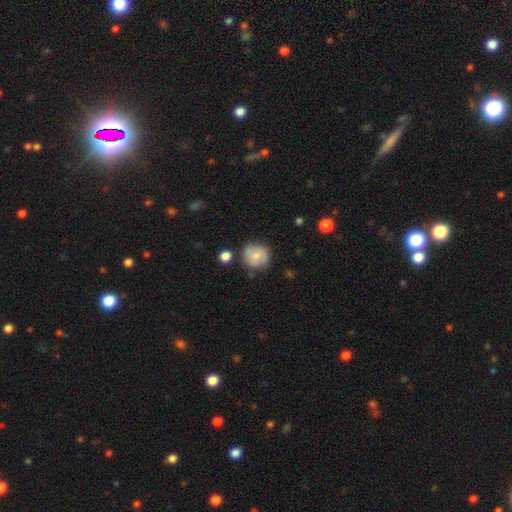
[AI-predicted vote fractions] smooth 66%, featured or disk 26%, star or artifact 8%. Down the decision tree: how rounded — round (86%); merging — none (68%).